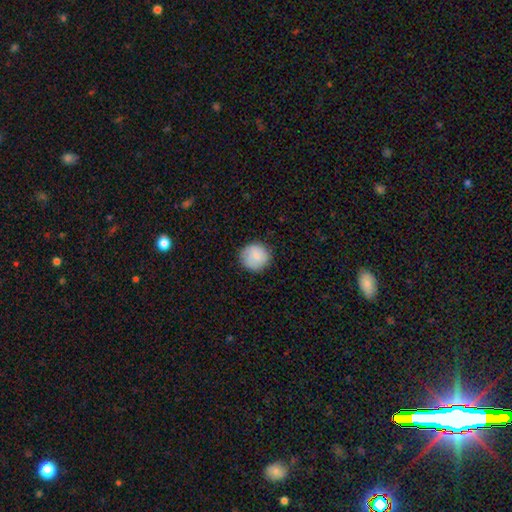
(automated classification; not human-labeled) The model was most divided on "merging": none: 85%, minor disturbance: 11%, major disturbance: 3%, merger: 1%. More confident: how rounded — round (94%); smooth or featured — smooth (84%).